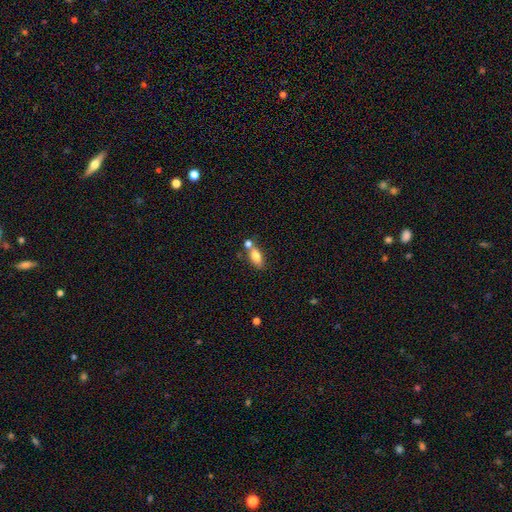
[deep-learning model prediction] This appears to be a smooth galaxy with no disk features (78%) that is in between round and cigar-shaped (82%). Merging: none (50%).